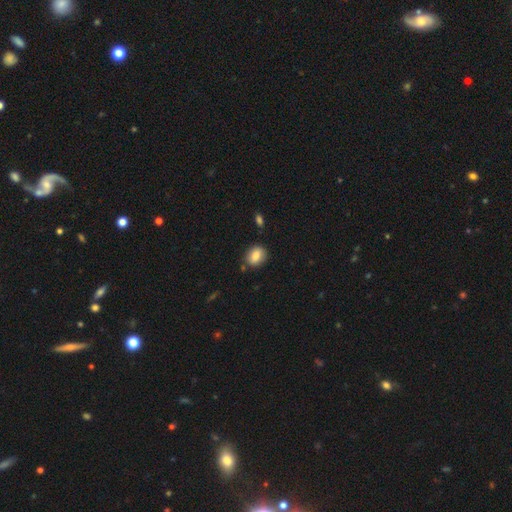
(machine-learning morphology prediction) type=smooth (82%); roundness=in between (57%); merging=none (82%).